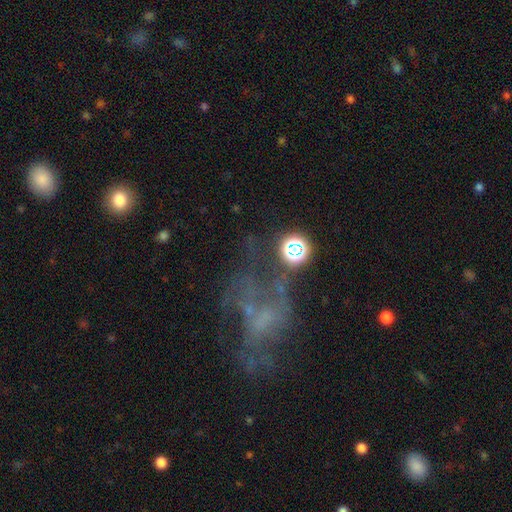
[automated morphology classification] featured or disk 49%, star or artifact 31%, smooth 20%. Down the decision tree: merging — none (37%).